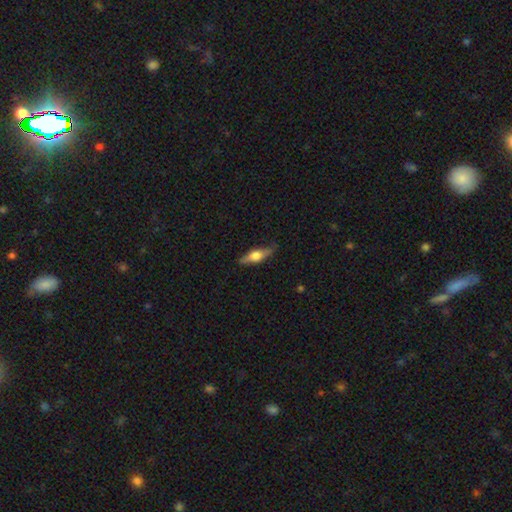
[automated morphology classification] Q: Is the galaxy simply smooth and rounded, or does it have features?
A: featured or disk — 59%.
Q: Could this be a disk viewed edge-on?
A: yes — 94%.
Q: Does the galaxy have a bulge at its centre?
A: rounded — 92%.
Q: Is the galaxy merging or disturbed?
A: none — 83%.